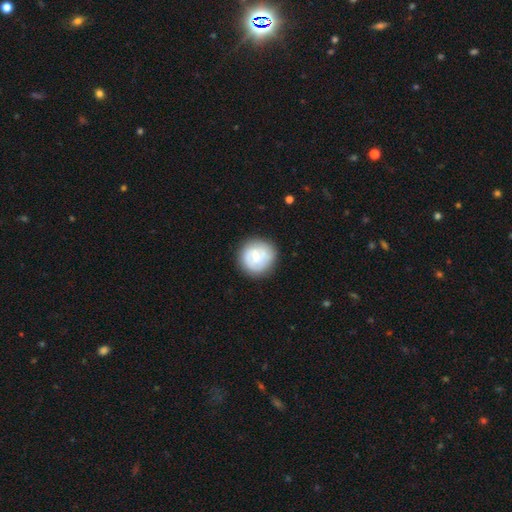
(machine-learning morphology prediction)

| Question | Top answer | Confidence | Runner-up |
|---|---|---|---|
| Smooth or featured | smooth | 54% | featured or disk (39%) |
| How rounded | round | 91% | in between (8%) |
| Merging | none | 81% | minor disturbance (13%) |